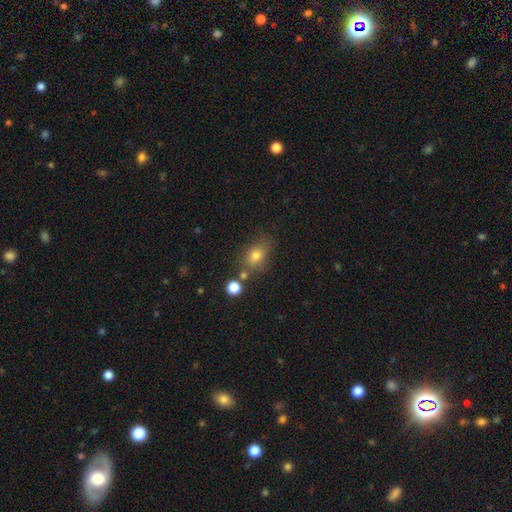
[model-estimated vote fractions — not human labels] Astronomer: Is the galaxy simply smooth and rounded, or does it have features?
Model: smooth — 77%.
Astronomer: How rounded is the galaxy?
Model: in between — 65%.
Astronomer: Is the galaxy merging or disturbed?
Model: none — 69%.